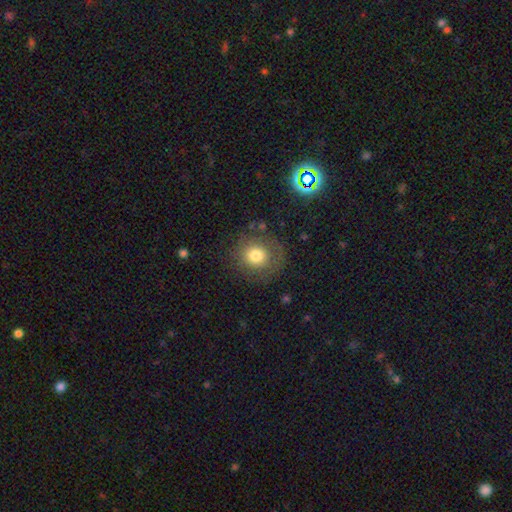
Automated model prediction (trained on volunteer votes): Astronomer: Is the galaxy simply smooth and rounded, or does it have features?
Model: smooth — 73%.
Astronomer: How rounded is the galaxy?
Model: round — 88%.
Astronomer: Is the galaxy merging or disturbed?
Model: none — 77%.